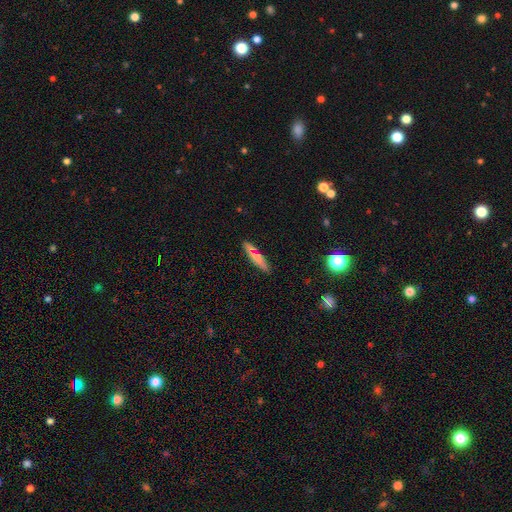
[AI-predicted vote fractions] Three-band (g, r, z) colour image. It shows a smooth galaxy with no disk features (70%) that is cigar-shaped (85%). Merging: none (83%).